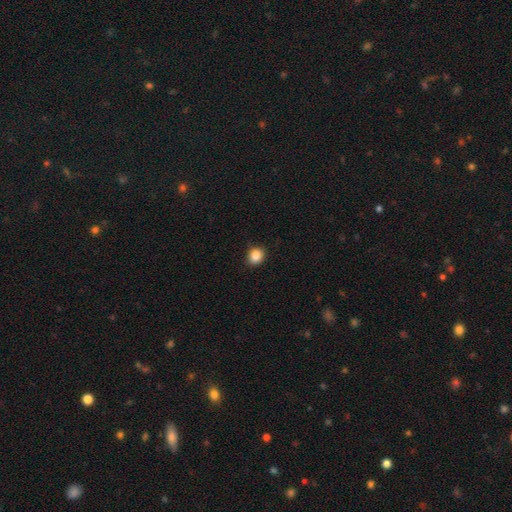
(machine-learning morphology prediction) Smooth or featured? Predicted: smooth (p=0.87). How rounded? Predicted: round (p=0.69). Merging? Predicted: none (p=0.88).